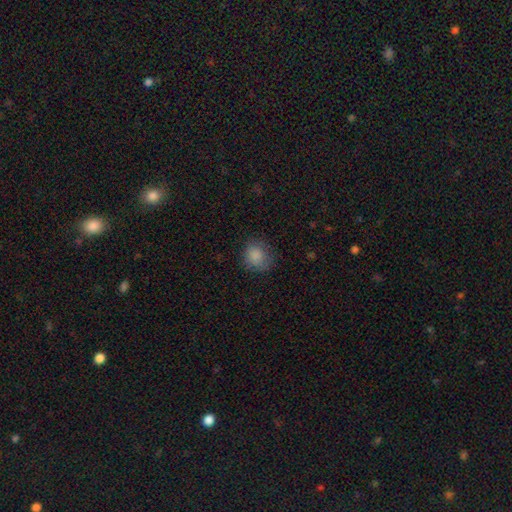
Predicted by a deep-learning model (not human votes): This is clearly a smooth galaxy (85%). How rounded: likely round (80%). Merging: likely none (77%).